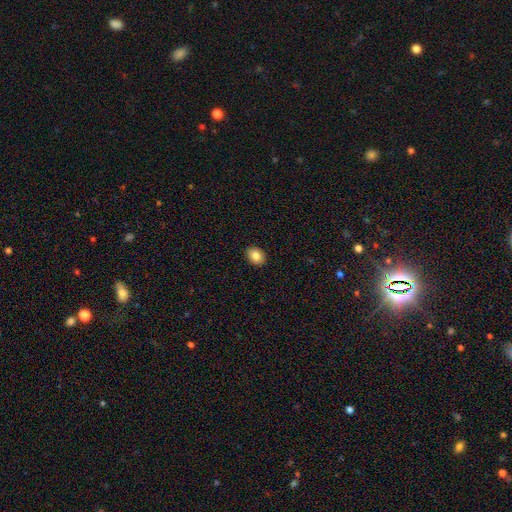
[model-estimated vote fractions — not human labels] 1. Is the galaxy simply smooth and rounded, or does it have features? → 84% smooth, 9% star or artifact, 7% featured or disk.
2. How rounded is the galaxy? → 64% in between, 35% round, 1% cigar-shaped.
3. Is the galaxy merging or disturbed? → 91% none, 6% minor disturbance, 2% major disturbance, 1% merger.